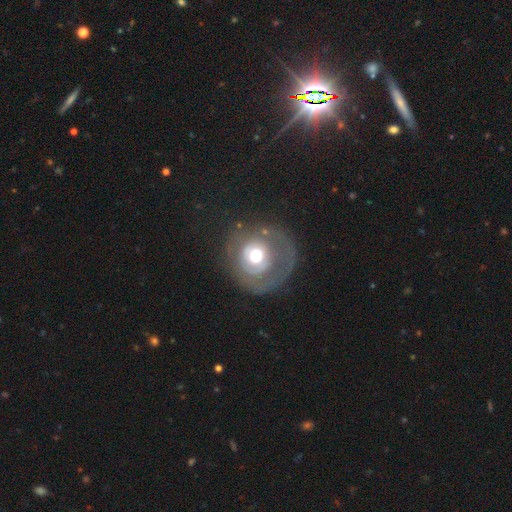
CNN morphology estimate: Smooth or featured? featured or disk (53%)
Edge-on disk? no (96%)
Bar? no (81%)
Spiral arms? no (59%)
Bulge size? moderate (63%)
Merging? none (52%)